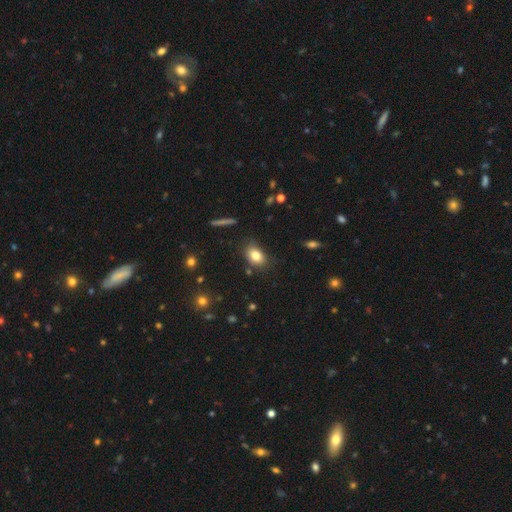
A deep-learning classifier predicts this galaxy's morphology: A smooth galaxy with no disk features (80%) that is in between round and cigar-shaped (79%).

Vote fractions:
- Smooth or featured? smooth: 80% / star or artifact: 10% / featured or disk: 10%
- How rounded? in between: 79% / round: 19% / cigar-shaped: 2%
- Merging? none: 77% / minor disturbance: 17% / major disturbance: 4% / merger: 3%